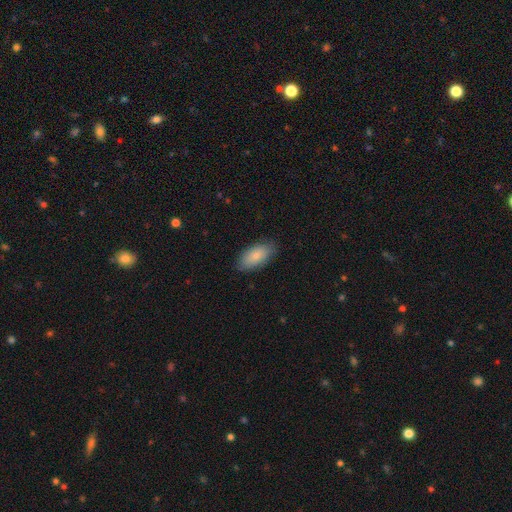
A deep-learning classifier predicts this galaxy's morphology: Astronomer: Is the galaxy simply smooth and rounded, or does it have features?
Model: smooth — 83%.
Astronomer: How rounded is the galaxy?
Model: in between — 92%.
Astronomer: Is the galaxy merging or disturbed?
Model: none — 83%.